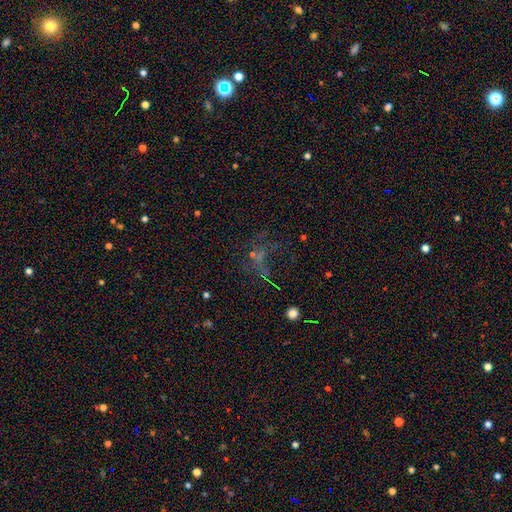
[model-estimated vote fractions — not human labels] Smooth or featured? star or artifact (46%)